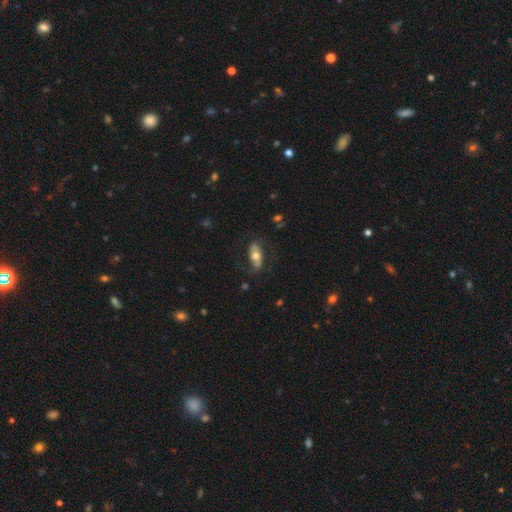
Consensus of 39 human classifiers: Smooth or featured?
  - smooth: 56% *
  - featured or disk: 38%
  - star or artifact: 5%
How rounded?
  - in between: 86% *
  - round: 9%
  - cigar-shaped: 5%
Merging?
  - none: 78% *
  - minor disturbance: 16%
  - major disturbance: 3%
  - merger: 3%